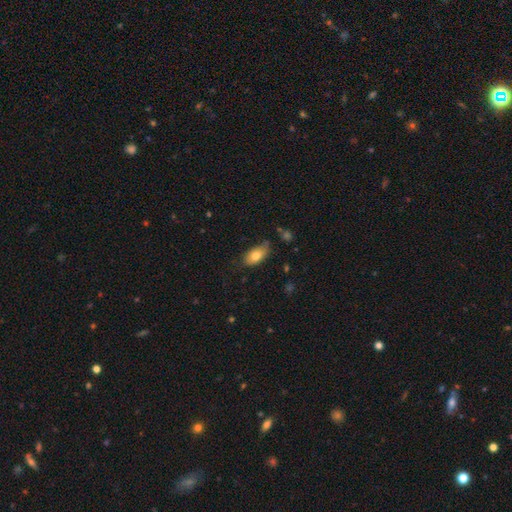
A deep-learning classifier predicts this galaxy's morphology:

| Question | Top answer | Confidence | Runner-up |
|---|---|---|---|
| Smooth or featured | smooth | 77% | featured or disk (15%) |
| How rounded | in between | 90% | cigar-shaped (5%) |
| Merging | none | 71% | minor disturbance (23%) |